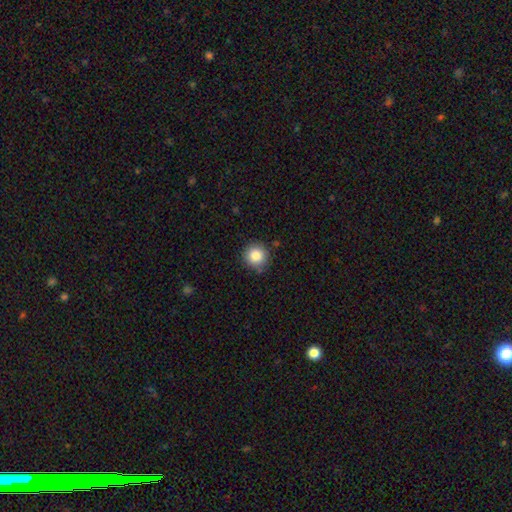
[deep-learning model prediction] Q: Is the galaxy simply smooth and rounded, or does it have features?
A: smooth — 85%.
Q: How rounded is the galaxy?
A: round — 94%.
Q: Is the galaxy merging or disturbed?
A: none — 86%.